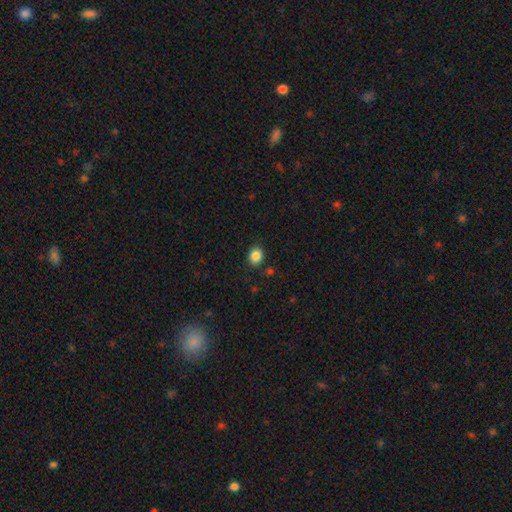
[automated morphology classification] This appears to be a smooth galaxy with no disk features (86%) that is round (54%). Merging: none (87%).